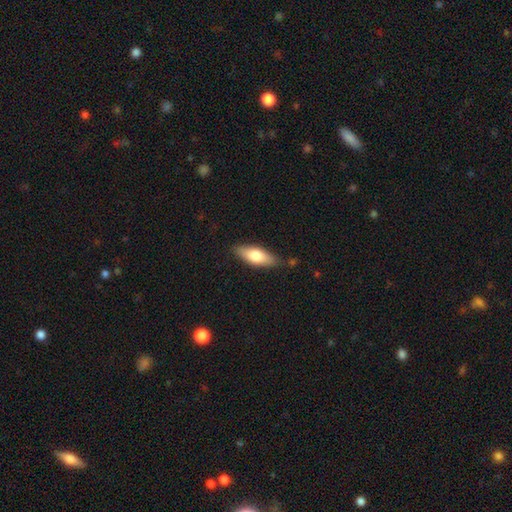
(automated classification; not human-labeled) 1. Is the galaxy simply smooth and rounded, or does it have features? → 70% smooth, 24% featured or disk, 6% star or artifact.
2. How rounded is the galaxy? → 68% in between, 30% cigar-shaped, 2% round.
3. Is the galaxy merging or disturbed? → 81% none, 14% minor disturbance, 3% major disturbance, 2% merger.